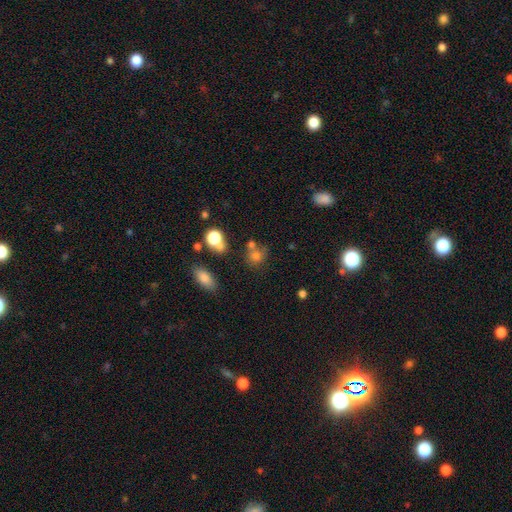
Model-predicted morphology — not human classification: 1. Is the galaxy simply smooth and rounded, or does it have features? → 73% smooth, 16% star or artifact, 10% featured or disk.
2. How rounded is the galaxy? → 73% round, 25% in between, 1% cigar-shaped.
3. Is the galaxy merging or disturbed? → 53% none, 26% merger, 14% minor disturbance, 7% major disturbance.